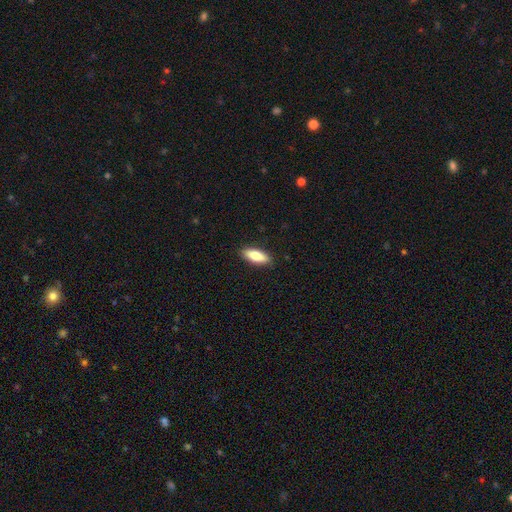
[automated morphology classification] type=smooth (77%); roundness=in between (70%); merging=none (89%).